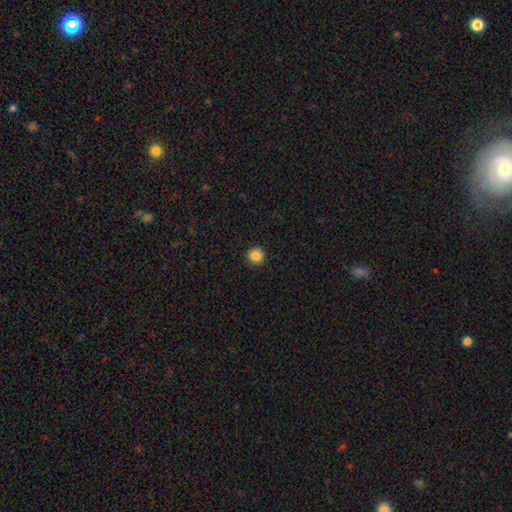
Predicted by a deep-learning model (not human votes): This appears to be a smooth galaxy with no disk features (86%) that is round (96%). Merging: none (94%).